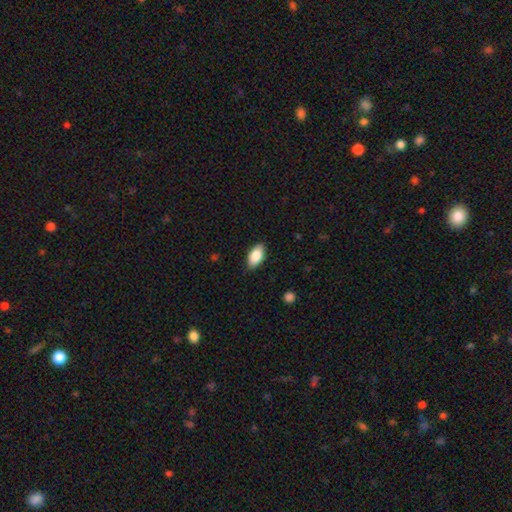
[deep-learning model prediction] Overall: smooth (85%). How rounded: in between (93%). Merging: none (87%).